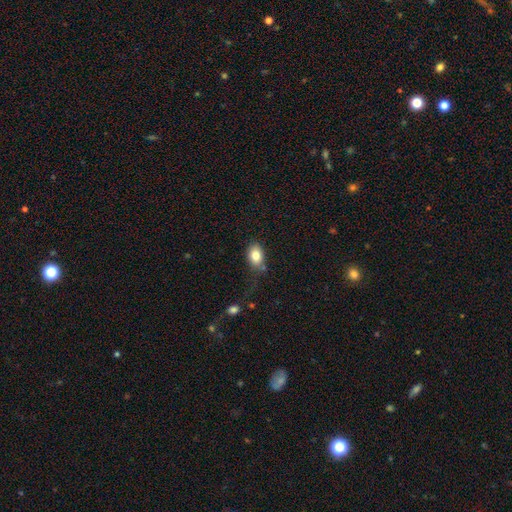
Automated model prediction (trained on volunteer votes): smooth 82%, featured or disk 10%, star or artifact 9%. Down the decision tree: how rounded — in between (80%); merging — none (66%).